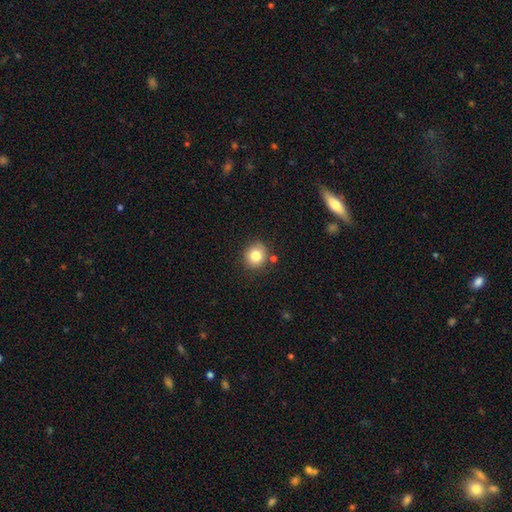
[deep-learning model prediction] smooth 80%, star or artifact 11%, featured or disk 9%. Down the decision tree: how rounded — round (83%); merging — none (81%).